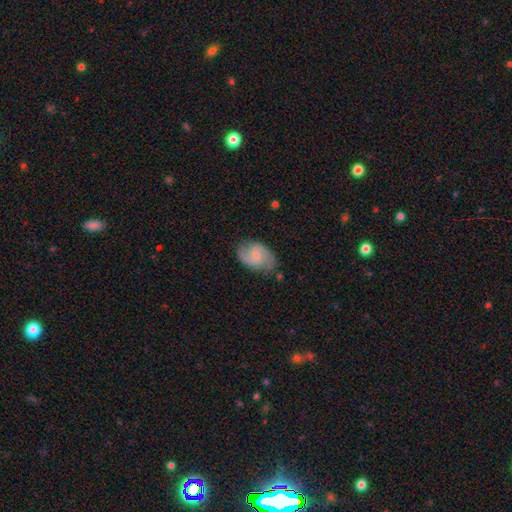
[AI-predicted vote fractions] Smooth or featured? featured or disk (74%)
Edge-on disk? no (98%)
Bar? no (55%)
Spiral arms? yes (95%)
Spiral winding? medium (52%)
Spiral arm count? 2 (89%)
Bulge size? small (65%)
Merging? none (76%)